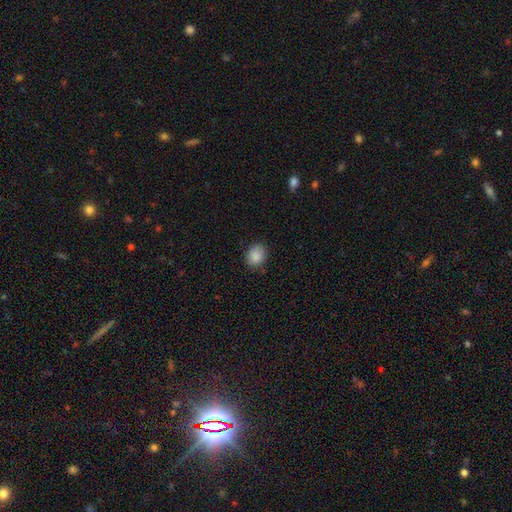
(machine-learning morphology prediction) smooth_or_featured: smooth (p=0.88) [alt: star or artifact p=0.08]
how_rounded: round (p=0.54) [alt: in between p=0.45]
merging: none (p=0.84) [alt: minor disturbance p=0.12]